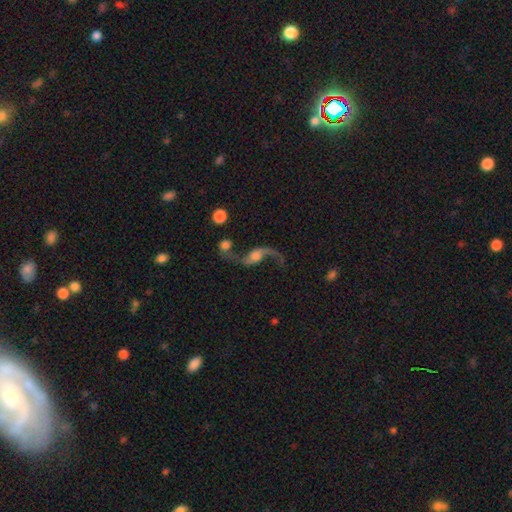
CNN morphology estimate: This is clearly a featured or disk galaxy (88%). It is clearly not viewed edge-on (95%). Bar: possibly no (55%). Spiral arm pattern: clearly yes (96%). Spiral arm count: clearly 2 (93%). Spiral winding: clearly loose (93%). Central bulge: marginally moderate (42%). Merging: possibly none (58%).